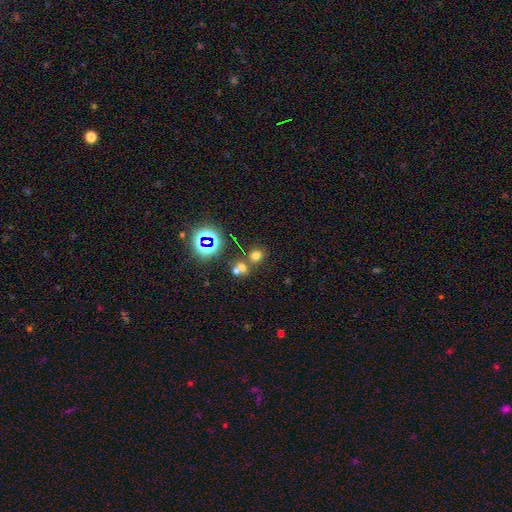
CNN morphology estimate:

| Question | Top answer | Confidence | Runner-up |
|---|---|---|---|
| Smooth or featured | smooth | 62% | star or artifact (28%) |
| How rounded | round | 75% | in between (24%) |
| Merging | none | 60% | merger (27%) |